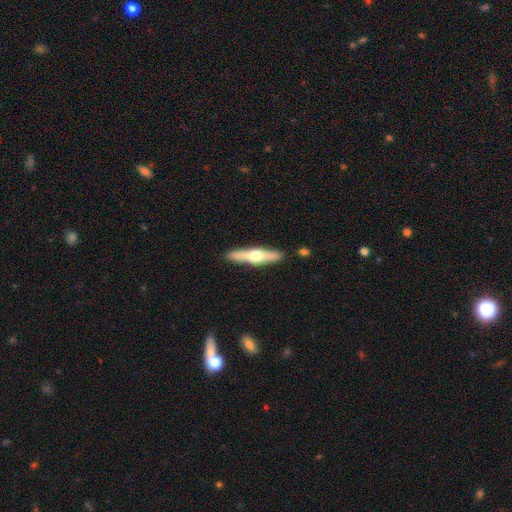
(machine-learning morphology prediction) Smooth or featured? featured or disk (58%)
Edge-on disk? yes (95%)
Edge-on bulge? rounded (94%)
Merging? none (89%)